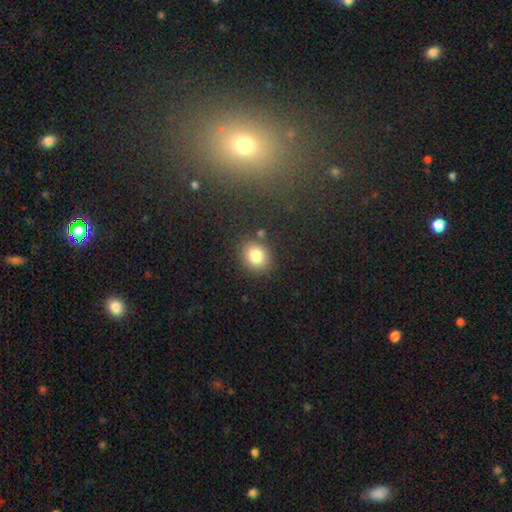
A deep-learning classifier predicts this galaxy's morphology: smooth 81%, star or artifact 11%, featured or disk 8%. Down the decision tree: how rounded — round (68%); merging — none (83%).